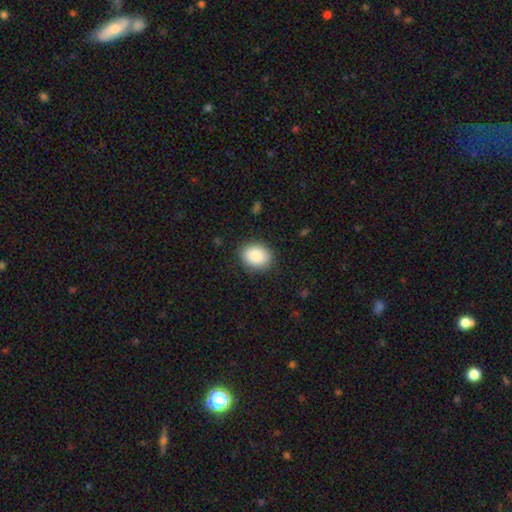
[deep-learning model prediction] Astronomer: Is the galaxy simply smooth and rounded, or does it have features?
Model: smooth — 89%.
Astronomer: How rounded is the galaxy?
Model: in between — 56% (runner-up: round, 43%).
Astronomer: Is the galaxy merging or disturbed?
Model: none — 87%.